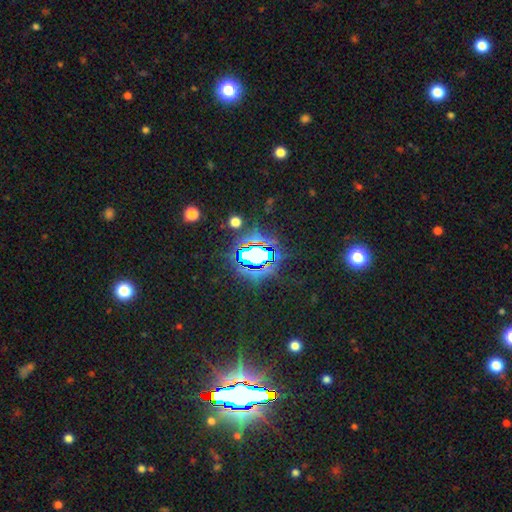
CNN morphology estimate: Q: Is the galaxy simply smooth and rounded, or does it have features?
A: star or artifact — 72%.